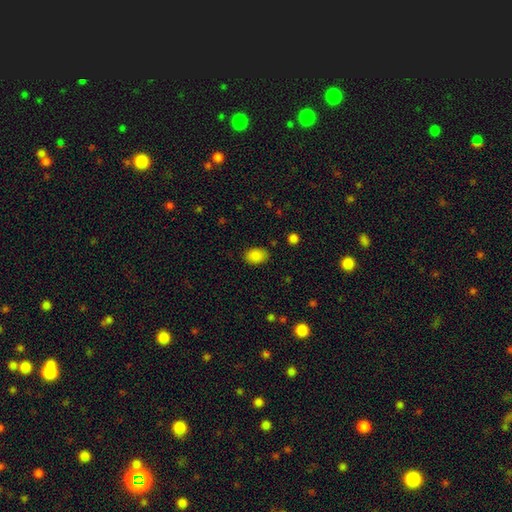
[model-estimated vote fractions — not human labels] Smooth or featured? smooth (87%)
How rounded? in between (81%)
Merging? none (84%)